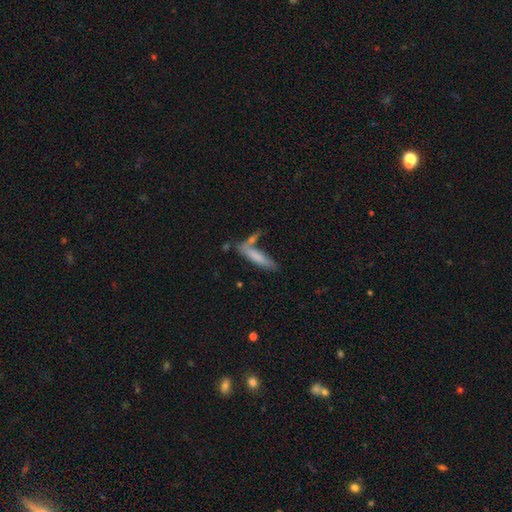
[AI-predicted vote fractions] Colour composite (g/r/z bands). It shows a smooth galaxy with no disk features (70%) that is cigar-shaped (78%). Merging: none (53%).